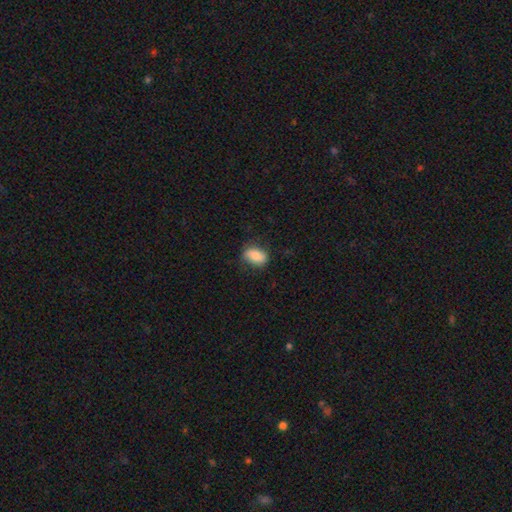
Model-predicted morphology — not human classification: Smooth or featured: smooth — 82% (featured or disk — 10%)
How rounded: in between — 84% (round — 13%)
Merging: none — 73% (minor disturbance — 21%)